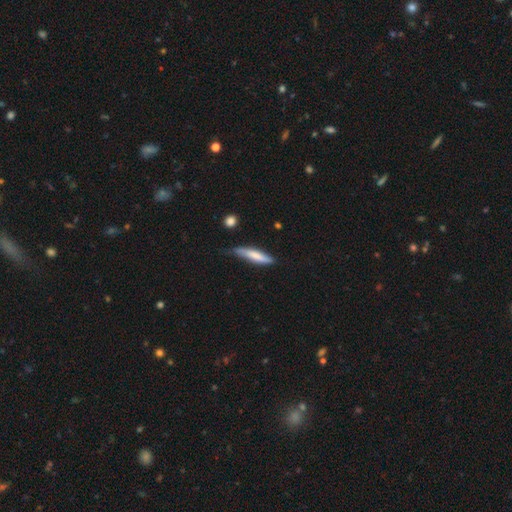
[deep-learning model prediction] This is likely a smooth galaxy (72%). How rounded: clearly cigar-shaped (84%). Merging: possibly none (54%).